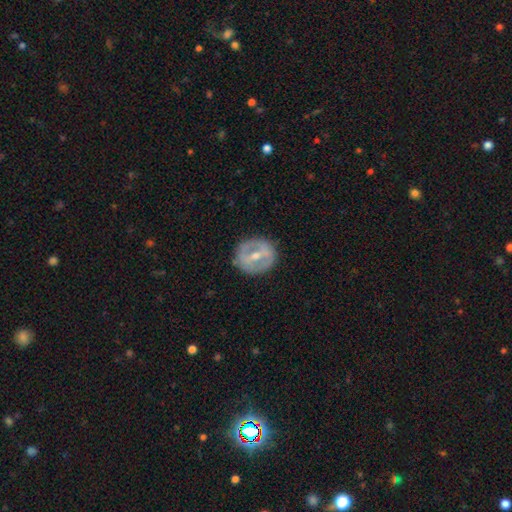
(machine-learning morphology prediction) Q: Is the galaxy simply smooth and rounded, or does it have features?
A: featured or disk — 70%.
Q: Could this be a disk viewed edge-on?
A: no — 93%.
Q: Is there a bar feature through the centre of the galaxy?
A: strong — 55%.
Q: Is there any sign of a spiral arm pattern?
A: no — 73%.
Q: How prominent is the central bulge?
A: moderate — 54%.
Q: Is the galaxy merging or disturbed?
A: none — 85%.